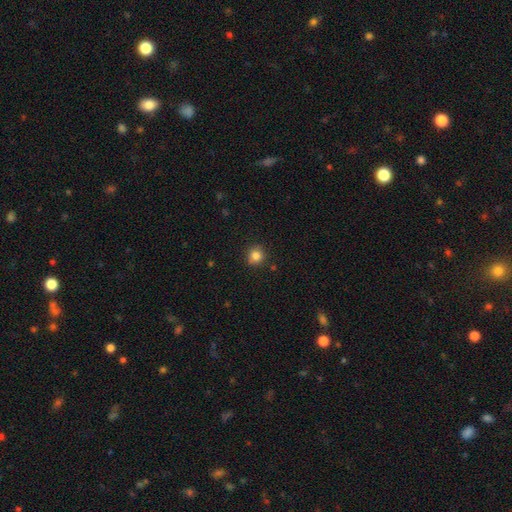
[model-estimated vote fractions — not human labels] Smooth or featured? smooth (83%)
How rounded? round (92%)
Merging? none (88%)